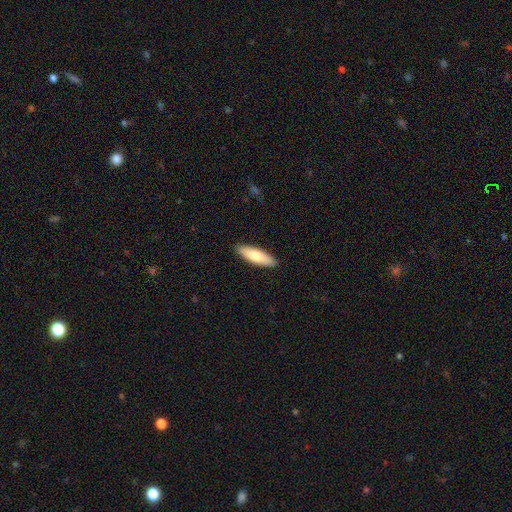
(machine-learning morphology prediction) type=smooth (74%); roundness=cigar-shaped (52%); merging=none (90%).